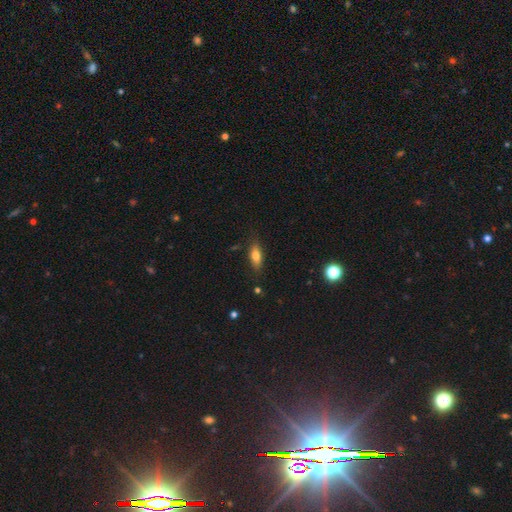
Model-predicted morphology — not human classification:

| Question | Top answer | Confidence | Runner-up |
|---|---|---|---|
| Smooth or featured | smooth | 73% | featured or disk (19%) |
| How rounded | in between | 71% | cigar-shaped (25%) |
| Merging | none | 81% | minor disturbance (14%) |